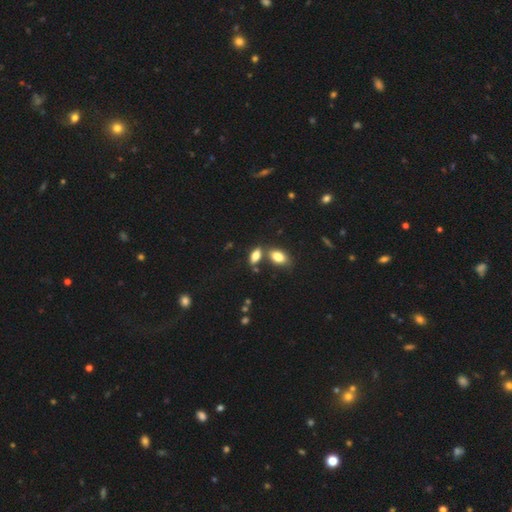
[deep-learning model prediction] Smooth or featured?
  - smooth: 76% *
  - featured or disk: 14%
  - star or artifact: 9%
How rounded?
  - in between: 84% *
  - cigar-shaped: 11%
  - round: 5%
Merging?
  - none: 59% *
  - merger: 25%
  - minor disturbance: 12%
  - major disturbance: 4%